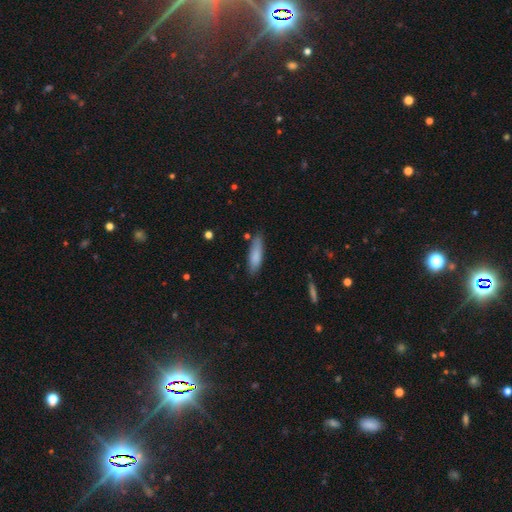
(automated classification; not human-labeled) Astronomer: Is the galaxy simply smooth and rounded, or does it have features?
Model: smooth — 83%.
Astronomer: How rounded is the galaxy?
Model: cigar-shaped — 55% (runner-up: in between, 43%).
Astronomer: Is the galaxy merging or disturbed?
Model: none — 79%.